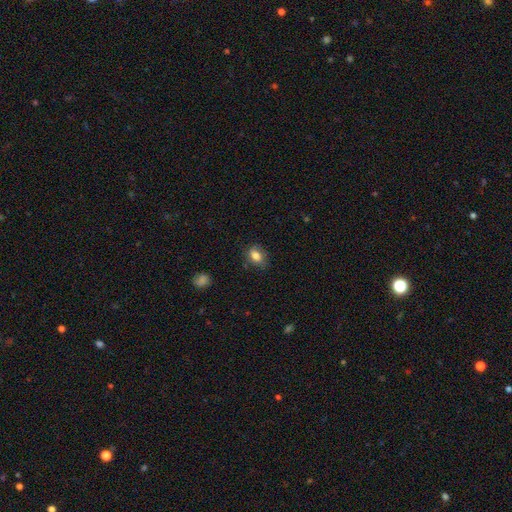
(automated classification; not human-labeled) Smooth or featured: smooth — 82% (featured or disk — 9%)
How rounded: in between — 79% (round — 19%)
Merging: none — 76% (minor disturbance — 19%)